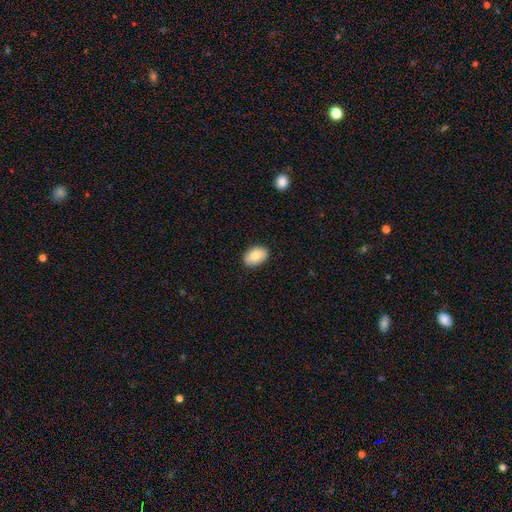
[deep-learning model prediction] Smooth or featured? Predicted: smooth (p=0.82). How rounded? Predicted: in between (p=0.88). Merging? Predicted: none (p=0.87).